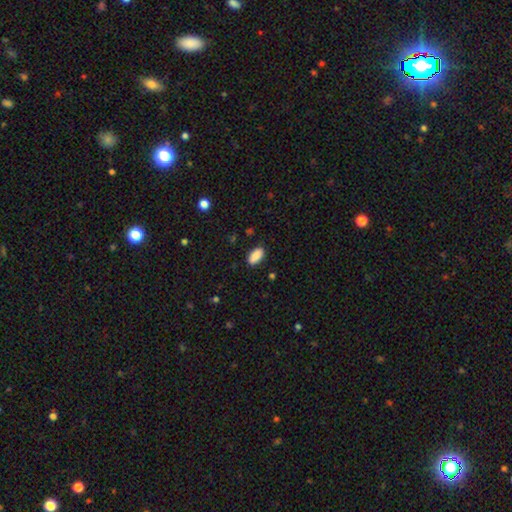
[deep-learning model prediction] smooth 89%, star or artifact 7%, featured or disk 4%. Down the decision tree: how rounded — in between (92%); merging — none (84%).